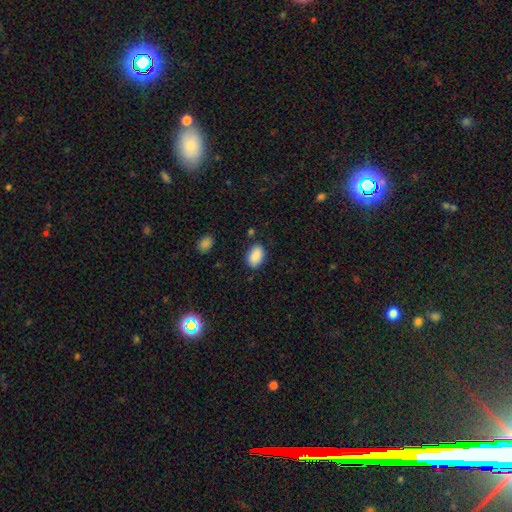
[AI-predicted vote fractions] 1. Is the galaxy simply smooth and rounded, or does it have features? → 89% smooth, 7% star or artifact, 4% featured or disk.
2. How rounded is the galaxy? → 89% in between, 9% round, 1% cigar-shaped.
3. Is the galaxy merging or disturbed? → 81% none, 13% minor disturbance, 3% major disturbance, 2% merger.